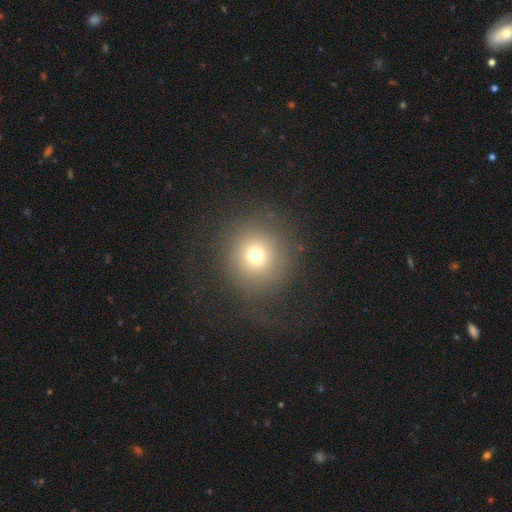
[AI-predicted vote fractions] This is likely a smooth galaxy (71%). How rounded: clearly round (93%). Merging: likely none (80%).